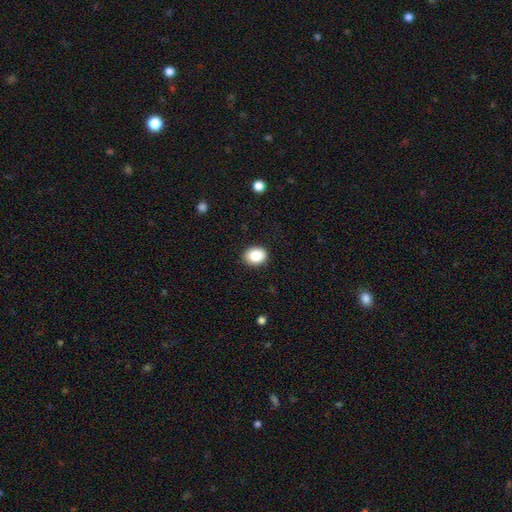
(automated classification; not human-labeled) smooth 87%, star or artifact 8%, featured or disk 5%. Down the decision tree: how rounded — in between (51%); merging — none (90%).